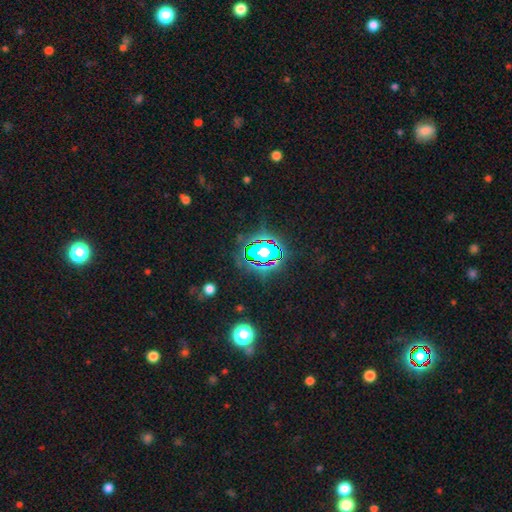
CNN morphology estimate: star or artifact 81%, smooth 11%, featured or disk 8%.